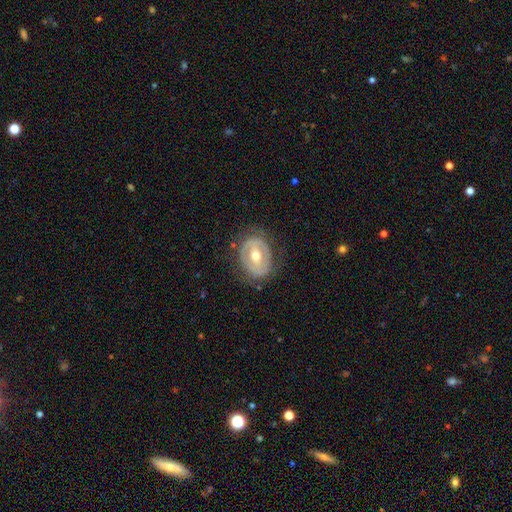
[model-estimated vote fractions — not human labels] The model was most divided on "bar": weak: 36%, strong: 32%, no: 32%. More confident: edge-on disk — no (94%); bulge size — moderate (76%); merging — none (74%); spiral arms — no (70%); smooth or featured — featured or disk (64%).